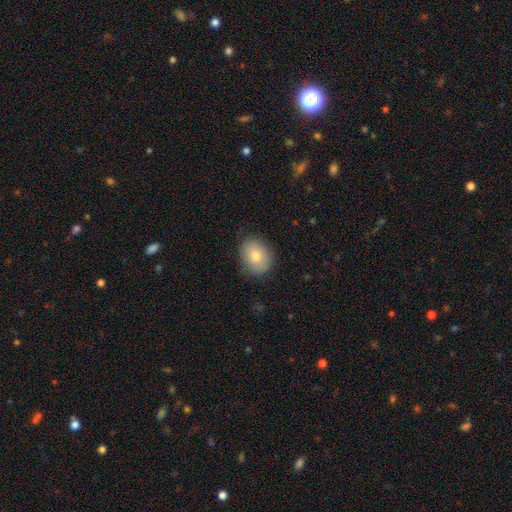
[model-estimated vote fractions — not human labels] Q: Smooth or featured?
A: smooth (79%); runner-up: featured or disk (13%)
Q: How rounded?
A: in between (53%); runner-up: round (46%)
Q: Merging?
A: none (83%); runner-up: minor disturbance (13%)